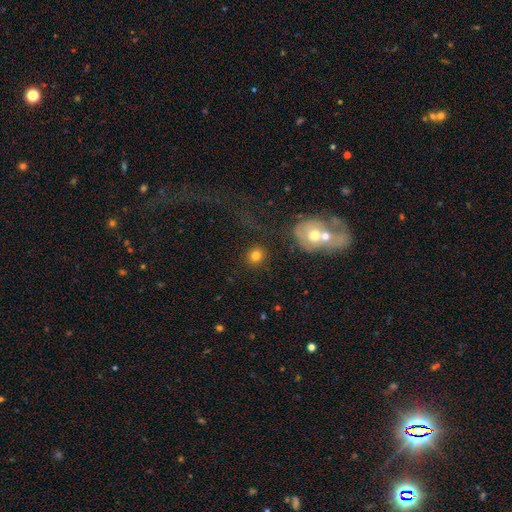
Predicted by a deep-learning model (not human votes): smooth_or_featured: smooth (p=0.79) [alt: star or artifact p=0.12]
how_rounded: round (p=0.88) [alt: in between p=0.11]
merging: none (p=0.81) [alt: merger p=0.08]